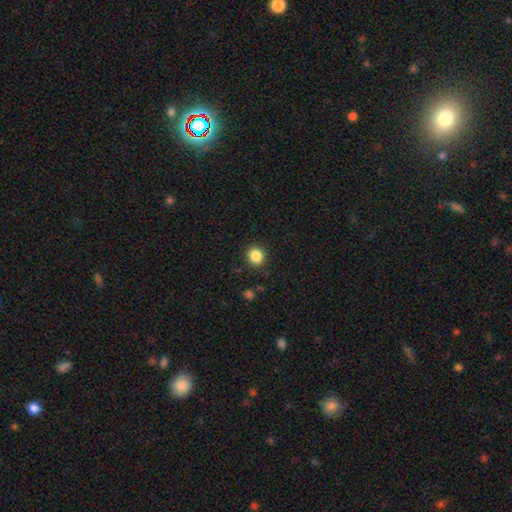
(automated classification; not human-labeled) smooth-or-featured: smooth: 86% | star or artifact: 10% | featured or disk: 4%
  how-rounded: round: 78% | in between: 21% | cigar-shaped: 1%
  merging: none: 89% | minor disturbance: 7% | major disturbance: 2% | merger: 1%